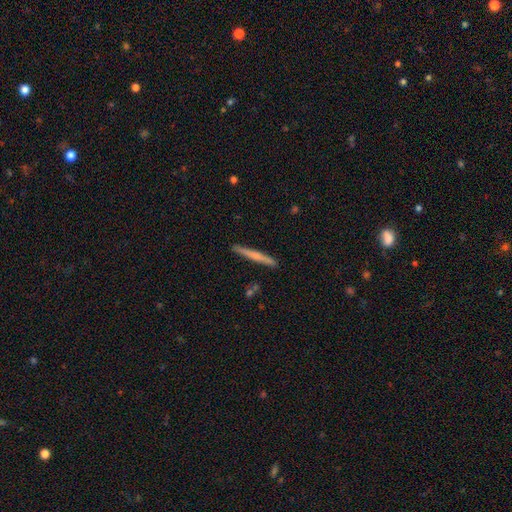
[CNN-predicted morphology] Overall: smooth (51%; featured or disk 43%). How rounded: cigar-shaped (96%). Merging: none (90%).